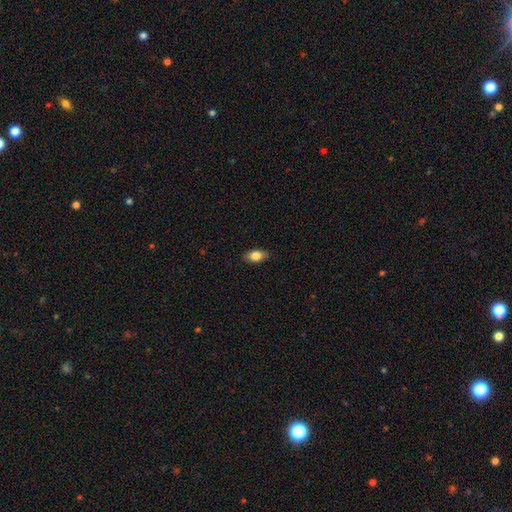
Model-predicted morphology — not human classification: smooth-or-featured: smooth: 81% | featured or disk: 12% | star or artifact: 7%
  how-rounded: in between: 87% | round: 8% | cigar-shaped: 5%
  merging: none: 86% | minor disturbance: 11% | major disturbance: 2% | merger: 1%